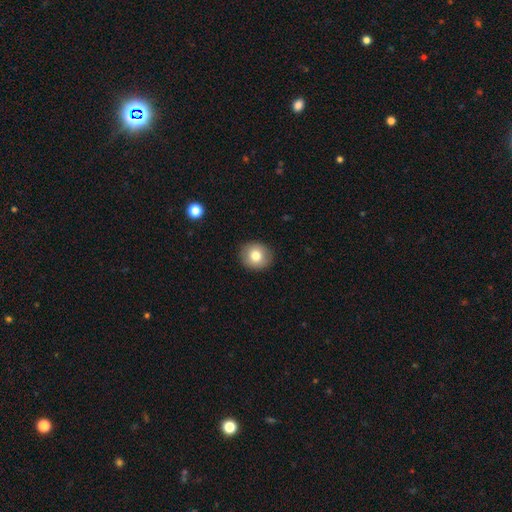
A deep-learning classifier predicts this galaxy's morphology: A smooth galaxy with no disk features (78%) that is round (81%). Merging: none (90%).